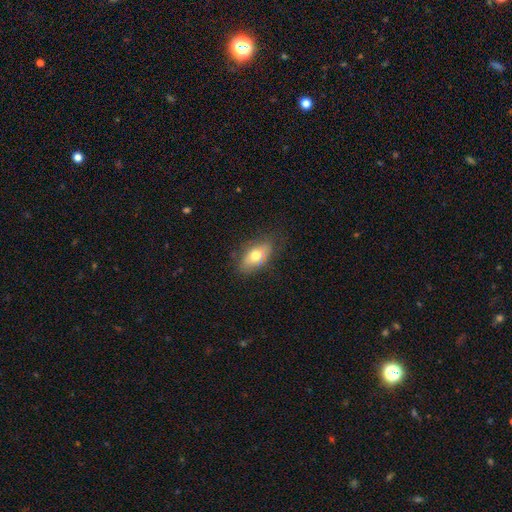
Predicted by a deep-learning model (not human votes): A smooth galaxy with no disk features (69%) that is in between round and cigar-shaped (89%).

Vote fractions:
- Smooth or featured? smooth: 69% / featured or disk: 24% / star or artifact: 7%
- How rounded? in between: 89% / round: 7% / cigar-shaped: 5%
- Merging? none: 76% / minor disturbance: 18% / major disturbance: 5% / merger: 1%